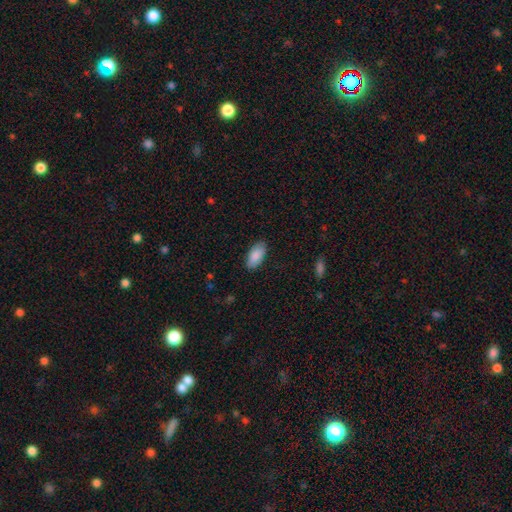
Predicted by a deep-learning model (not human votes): Smooth or featured?
  - smooth: 89% *
  - star or artifact: 6%
  - featured or disk: 6%
How rounded?
  - in between: 92% *
  - cigar-shaped: 6%
  - round: 2%
Merging?
  - none: 86% *
  - minor disturbance: 11%
  - major disturbance: 2%
  - merger: 1%